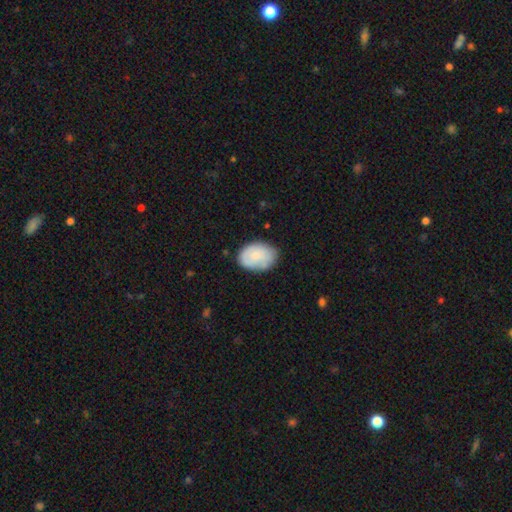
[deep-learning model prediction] smooth-or-featured: smooth: 75% | featured or disk: 19% | star or artifact: 6%
  how-rounded: in between: 79% | round: 20% | cigar-shaped: 1%
  merging: none: 69% | minor disturbance: 24% | major disturbance: 5% | merger: 2%